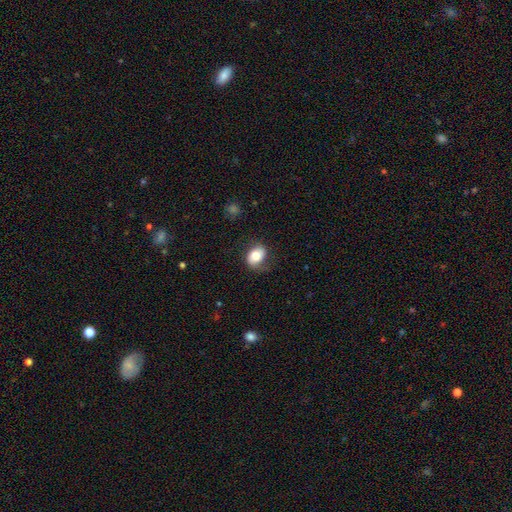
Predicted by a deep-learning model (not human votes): Smooth or featured? Predicted: smooth (p=0.73). How rounded? Predicted: in between (p=0.73). Merging? Predicted: none (p=0.67).